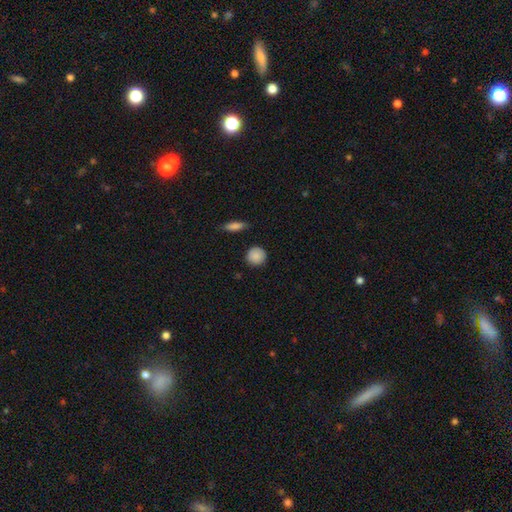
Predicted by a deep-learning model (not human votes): A smooth galaxy with no disk features (88%) that is round (91%).

Vote fractions:
- Smooth or featured? smooth: 88% / star or artifact: 8% / featured or disk: 4%
- How rounded? round: 91% / in between: 7% / cigar-shaped: 1%
- Merging? none: 87% / minor disturbance: 9% / major disturbance: 2% / merger: 2%